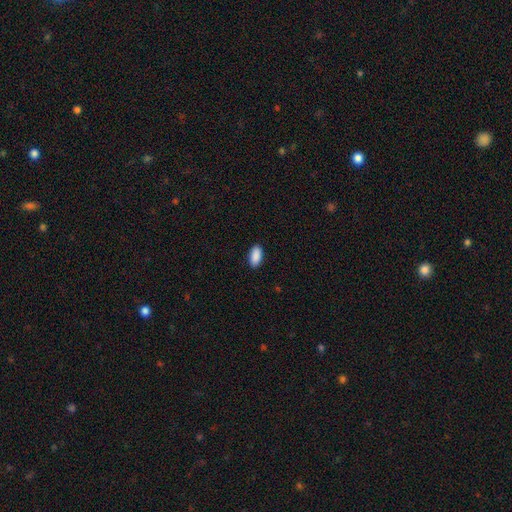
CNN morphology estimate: A smooth galaxy with no disk features (91%) that is in between round and cigar-shaped (94%).

Vote fractions:
- Smooth or featured? smooth: 91% / star or artifact: 6% / featured or disk: 3%
- How rounded? in between: 94% / cigar-shaped: 4% / round: 2%
- Merging? none: 90% / minor disturbance: 7% / major disturbance: 2% / merger: 1%